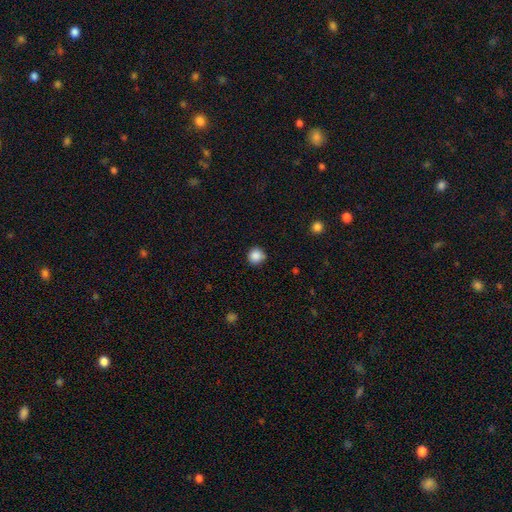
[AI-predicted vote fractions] The model was most divided on "merging": none: 82%, minor disturbance: 13%, major disturbance: 3%, merger: 2%. More confident: how rounded — round (93%); smooth or featured — smooth (86%).